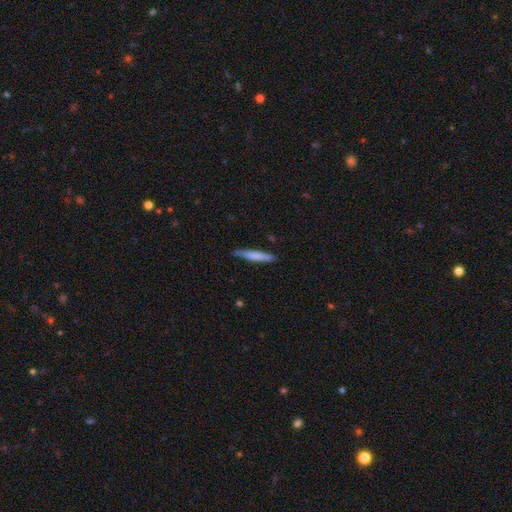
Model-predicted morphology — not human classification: A smooth galaxy with no disk features (71%) that is cigar-shaped (94%).

Vote fractions:
- Smooth or featured? smooth: 71% / featured or disk: 23% / star or artifact: 5%
- How rounded? cigar-shaped: 94% / in between: 5% / round: 1%
- Merging? none: 79% / minor disturbance: 16% / major disturbance: 3% / merger: 2%